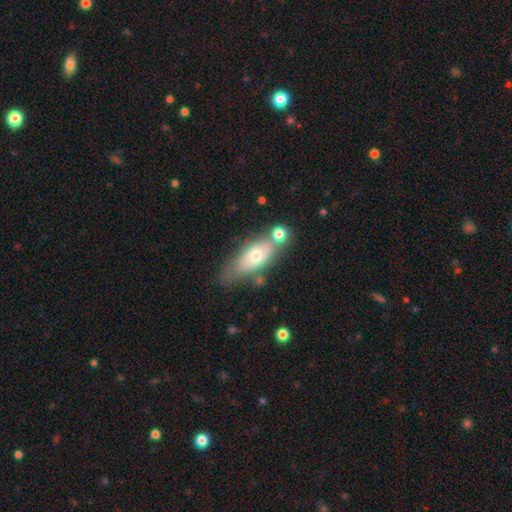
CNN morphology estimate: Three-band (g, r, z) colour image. It shows a smooth galaxy with no disk features (62%) that is in between round and cigar-shaped (70%). Merging: none (59%).